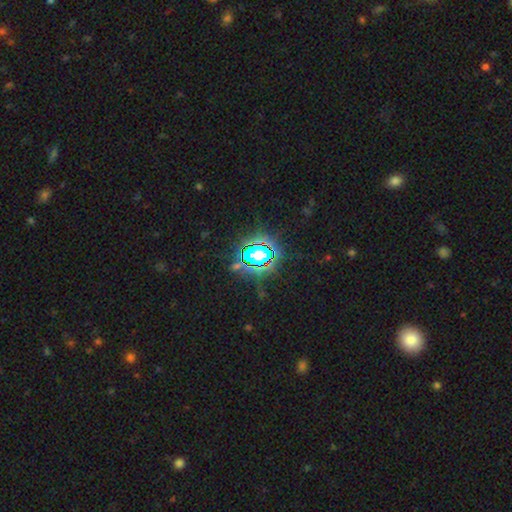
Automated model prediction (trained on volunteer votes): This appears to be a star or artifact, not a galaxy (76%).